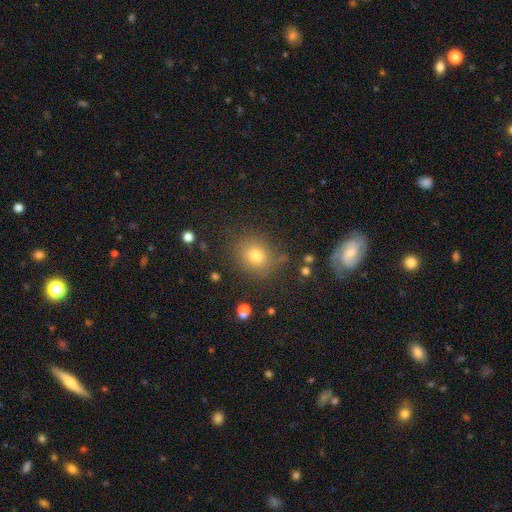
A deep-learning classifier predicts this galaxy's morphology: Overall: smooth (72%). How rounded: round (71%). Merging: none (80%).